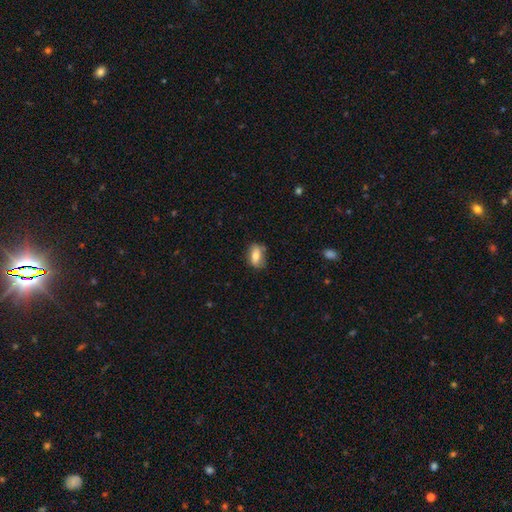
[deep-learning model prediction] A smooth galaxy with no disk features (70%) that is in between round and cigar-shaped (84%).

Vote fractions:
- Smooth or featured? smooth: 70% / featured or disk: 23% / star or artifact: 7%
- How rounded? in between: 84% / round: 10% / cigar-shaped: 6%
- Merging? none: 67% / minor disturbance: 25% / major disturbance: 6% / merger: 2%